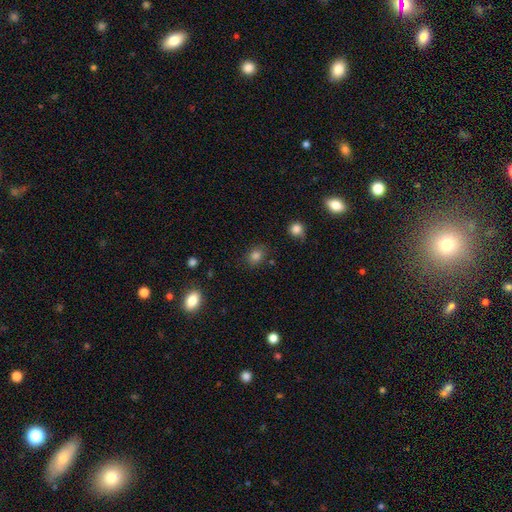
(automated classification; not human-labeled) smooth_or_featured: smooth (p=0.82) [alt: star or artifact p=0.13]
how_rounded: round (p=0.59) [alt: in between p=0.40]
merging: none (p=0.81) [alt: minor disturbance p=0.13]